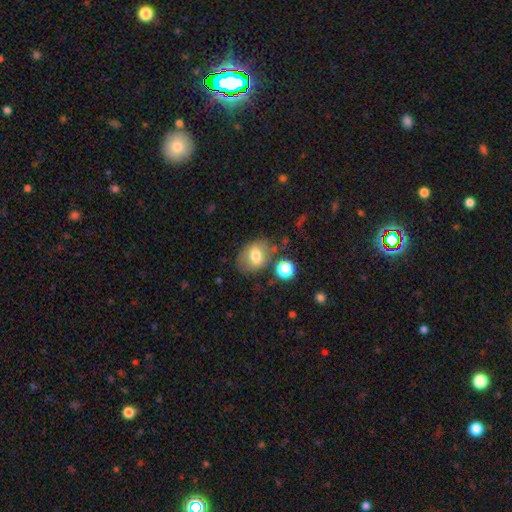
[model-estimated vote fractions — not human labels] Smooth or featured?
  - smooth: 65% *
  - featured or disk: 24%
  - star or artifact: 10%
How rounded?
  - in between: 60% *
  - round: 38%
  - cigar-shaped: 1%
Merging?
  - none: 64% *
  - minor disturbance: 20%
  - major disturbance: 9%
  - merger: 8%